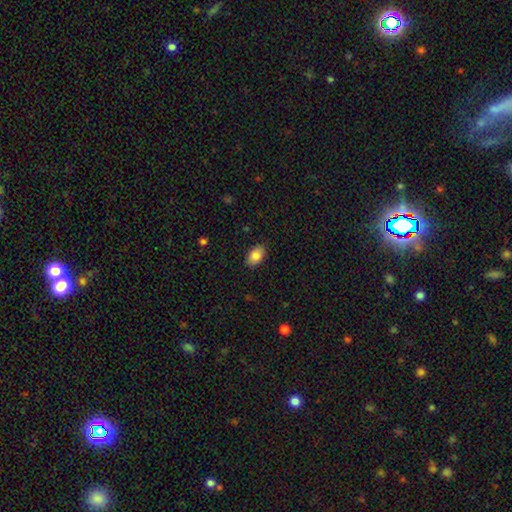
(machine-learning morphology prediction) Overall: smooth (84%). How rounded: in between (92%). Merging: none (87%).